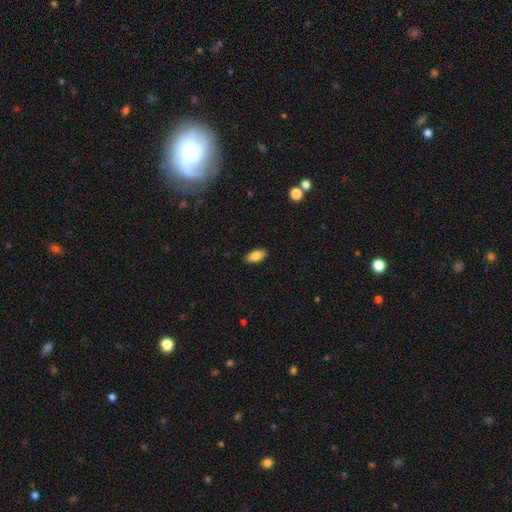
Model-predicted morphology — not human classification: Q: Smooth or featured?
A: smooth (84%); runner-up: featured or disk (9%)
Q: How rounded?
A: in between (92%); runner-up: cigar-shaped (4%)
Q: Merging?
A: none (89%); runner-up: minor disturbance (8%)